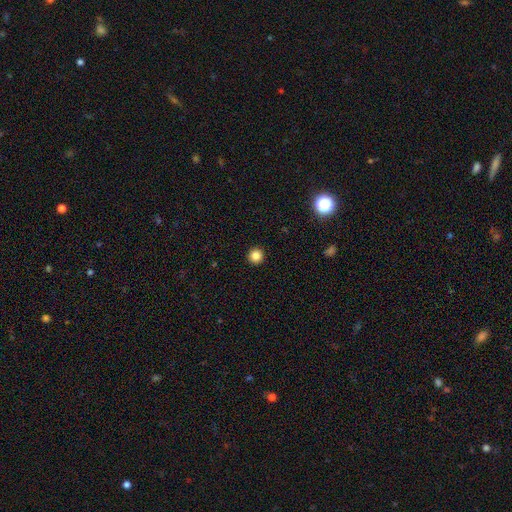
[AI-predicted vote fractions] A smooth galaxy with no disk features (84%) that is round (95%). Merging: none (94%).